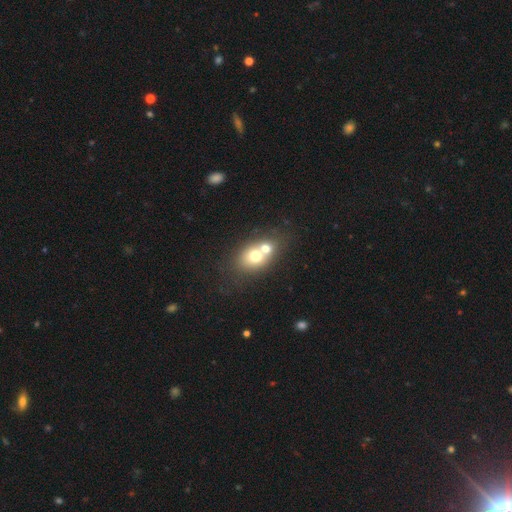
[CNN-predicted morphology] Overall: smooth (65%). How rounded: in between (55%; round 44%). Merging: merger (63%; none 27%).